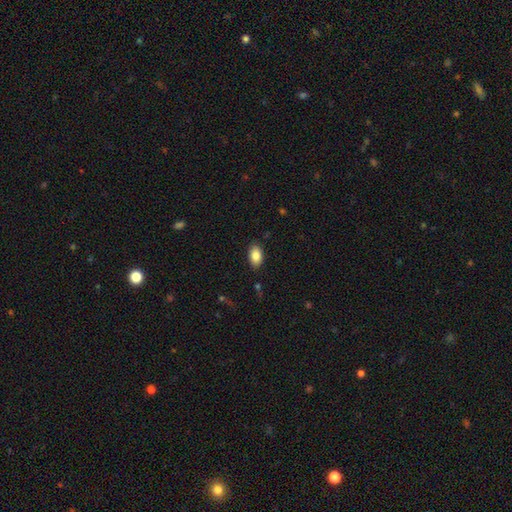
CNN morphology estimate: Smooth or featured?
  - smooth: 86% *
  - star or artifact: 8%
  - featured or disk: 7%
How rounded?
  - in between: 91% *
  - round: 7%
  - cigar-shaped: 2%
Merging?
  - none: 87% *
  - minor disturbance: 9%
  - major disturbance: 2%
  - merger: 1%